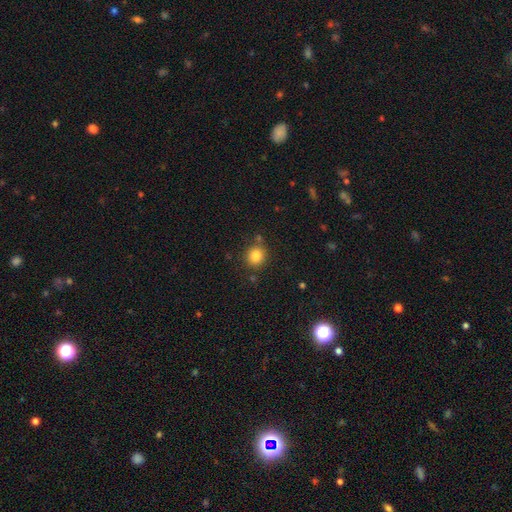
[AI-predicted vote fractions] Q: Smooth or featured?
A: smooth (83%); runner-up: star or artifact (11%)
Q: How rounded?
A: round (85%); runner-up: in between (14%)
Q: Merging?
A: none (82%); runner-up: minor disturbance (10%)